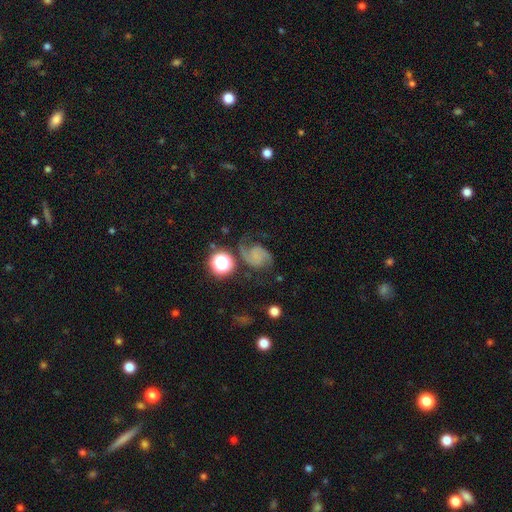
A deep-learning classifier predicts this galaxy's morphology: Smooth or featured? Predicted: featured or disk (p=0.68). Edge-on disk? Predicted: no (p=0.98). Bar? Predicted: no (p=0.68). Spiral arms? Predicted: yes (p=0.94). Spiral winding? Predicted: medium (p=0.44). Spiral arm count? Predicted: 2 (p=0.82). Bulge size? Predicted: none (p=0.60). Merging? Predicted: none (p=0.53).